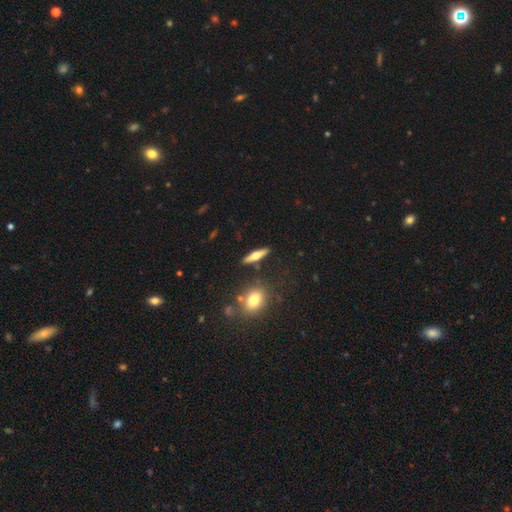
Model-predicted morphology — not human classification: A featured or disk galaxy (54%) viewed edge-on (93%) with a rounded central bulge (94%).

Vote fractions:
- Smooth or featured? featured or disk: 54% / smooth: 39% / star or artifact: 7%
- Edge-on disk? yes: 93% / no: 7%
- Edge-on bulge? rounded: 94% / none: 3% / boxy: 3%
- Merging? none: 86% / minor disturbance: 8% / merger: 3% / major disturbance: 2%